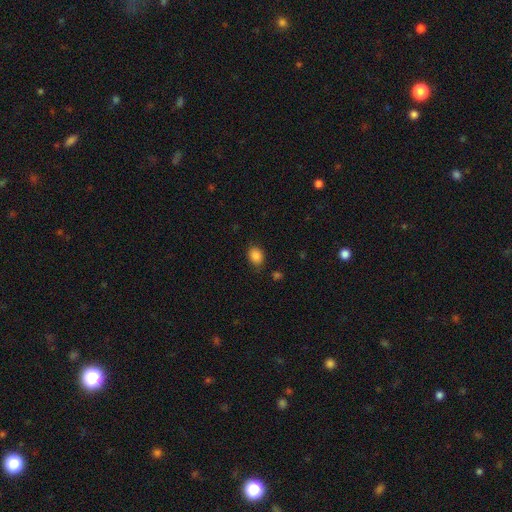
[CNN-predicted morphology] Smooth or featured: smooth — 86% (star or artifact — 10%)
How rounded: in between — 59% (round — 40%)
Merging: none — 81% (minor disturbance — 13%)